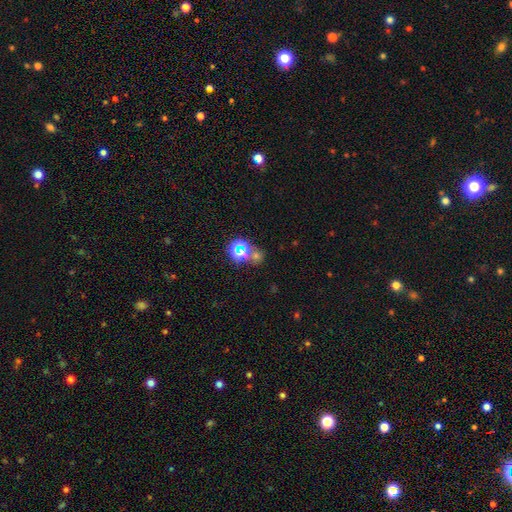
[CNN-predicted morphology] Smooth or featured?
  - star or artifact: 51% *
  - smooth: 39%
  - featured or disk: 10%